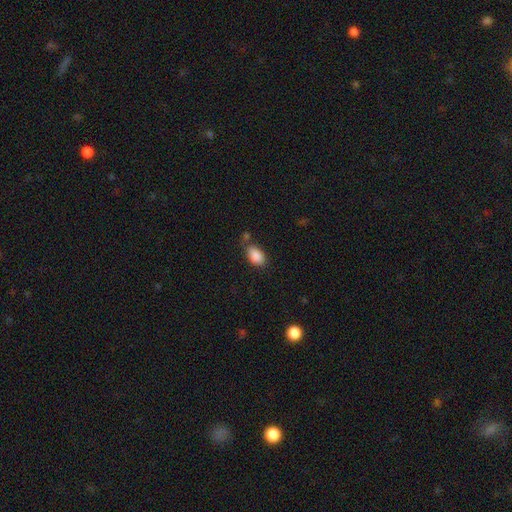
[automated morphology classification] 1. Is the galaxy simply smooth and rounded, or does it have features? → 88% smooth, 8% star or artifact, 4% featured or disk.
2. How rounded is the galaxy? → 90% in between, 9% round, 2% cigar-shaped.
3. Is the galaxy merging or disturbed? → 65% none, 20% minor disturbance, 10% merger, 5% major disturbance.